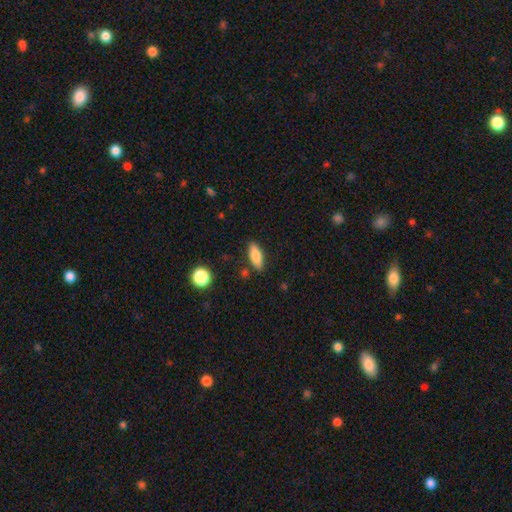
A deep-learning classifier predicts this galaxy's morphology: This appears to be a smooth galaxy with no disk features (78%) that is in between round and cigar-shaped (65%). Merging: none (84%).